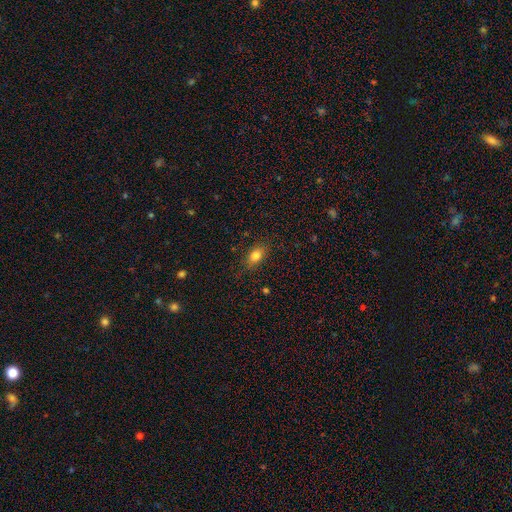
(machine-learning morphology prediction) Smooth or featured: smooth — 82% (star or artifact — 10%)
How rounded: in between — 81% (round — 15%)
Merging: none — 84% (minor disturbance — 12%)